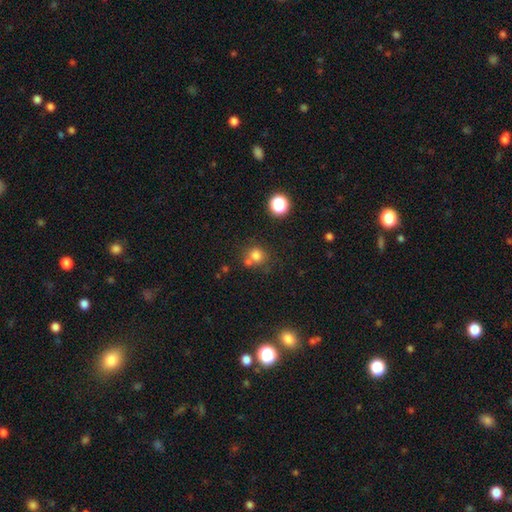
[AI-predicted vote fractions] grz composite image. It shows a smooth galaxy with no disk features (76%) that is round (84%). Merging: none (58%).